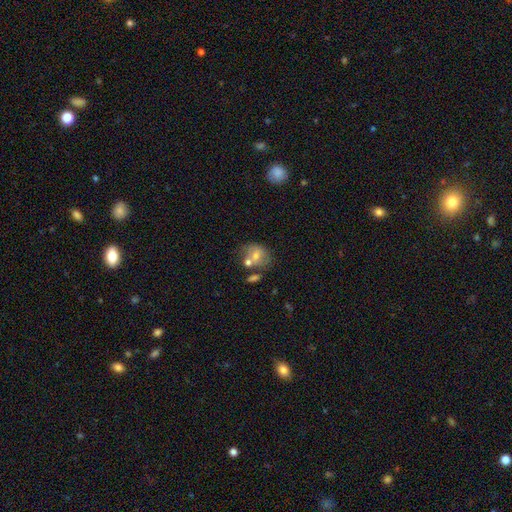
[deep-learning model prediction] A smooth galaxy with no disk features (59%) that is in between round and cigar-shaped (50%).

Vote fractions:
- Smooth or featured? smooth: 59% / featured or disk: 31% / star or artifact: 10%
- How rounded? in between: 50% / round: 49% / cigar-shaped: 1%
- Merging? none: 42% / merger: 33% / minor disturbance: 17% / major disturbance: 8%